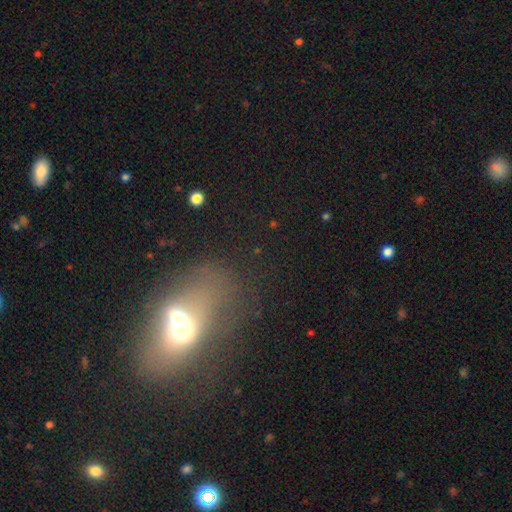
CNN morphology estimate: Smooth or featured: smooth — 43% (featured or disk — 31%)
Merging: merger — 42% (none — 33%)